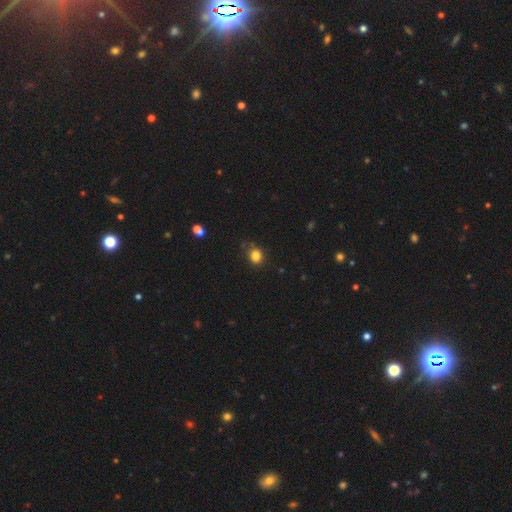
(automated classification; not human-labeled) smooth 84%, star or artifact 12%, featured or disk 5%. Down the decision tree: how rounded — round (74%); merging — none (76%).